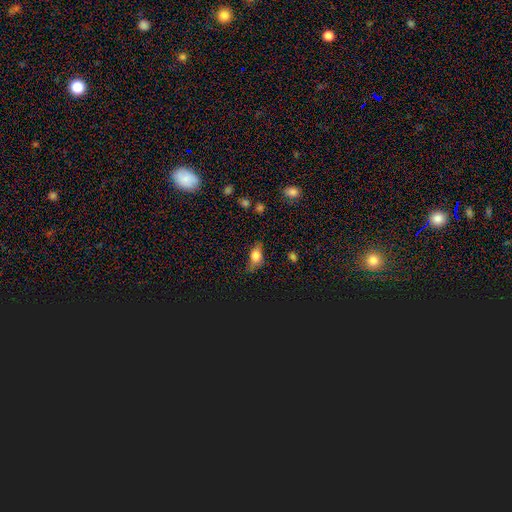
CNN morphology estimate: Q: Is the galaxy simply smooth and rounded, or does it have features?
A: smooth — 69%.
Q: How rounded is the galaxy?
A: in between — 78%.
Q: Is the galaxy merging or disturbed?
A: none — 63%.